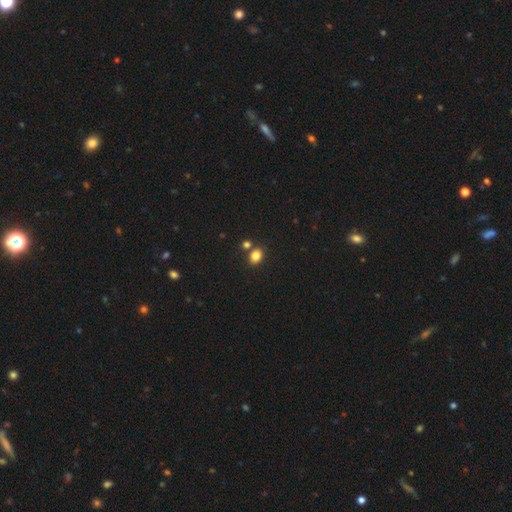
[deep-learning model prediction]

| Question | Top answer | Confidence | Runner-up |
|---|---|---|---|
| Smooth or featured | smooth | 83% | star or artifact (12%) |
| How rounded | in between | 53% | round (46%) |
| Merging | none | 73% | merger (16%) |